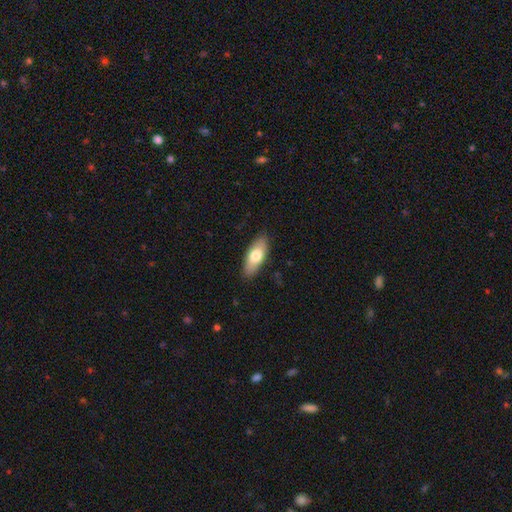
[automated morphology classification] The model was most divided on "smooth or featured": smooth: 73%, featured or disk: 21%, star or artifact: 6%. More confident: merging — none (87%); how rounded — in between (76%).